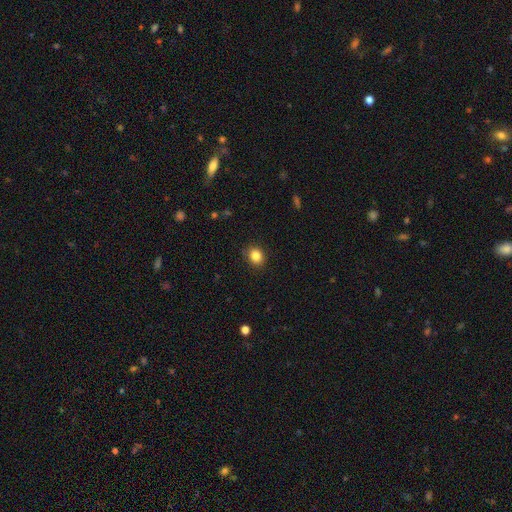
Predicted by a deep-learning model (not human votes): The model was most divided on "how rounded": round: 70%, in between: 29%, cigar-shaped: 1%. More confident: merging — none (87%); smooth or featured — smooth (85%).